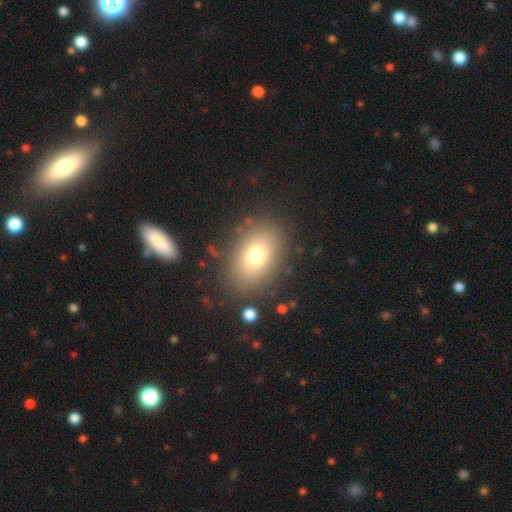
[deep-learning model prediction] A smooth galaxy with no disk features (76%) that is in between round and cigar-shaped (83%). Merging: none (83%).